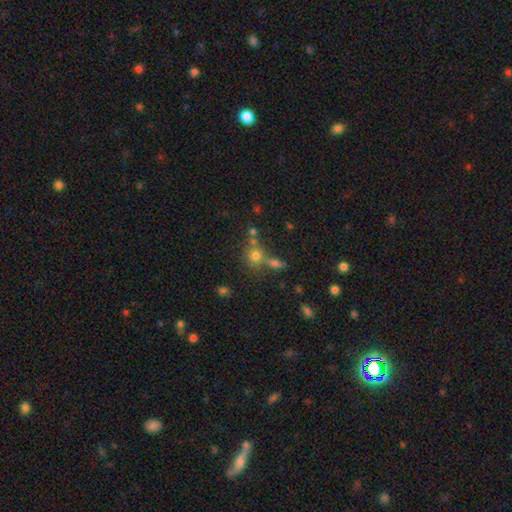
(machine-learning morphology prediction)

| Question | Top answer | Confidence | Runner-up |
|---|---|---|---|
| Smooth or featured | smooth | 70% | star or artifact (17%) |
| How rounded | round | 78% | in between (21%) |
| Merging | none | 52% | merger (32%) |